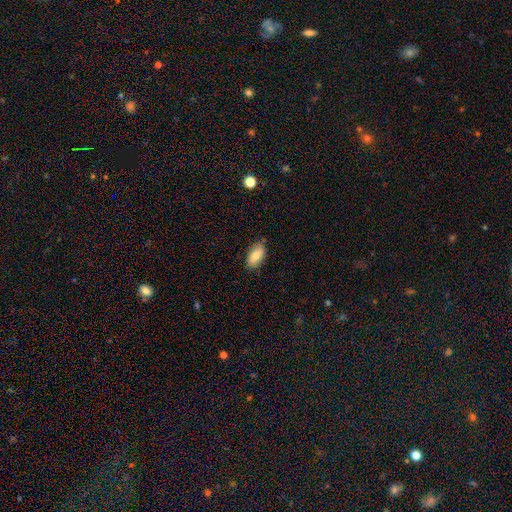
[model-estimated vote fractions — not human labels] smooth 81%, featured or disk 13%, star or artifact 7%. Down the decision tree: how rounded — in between (92%); merging — none (81%).